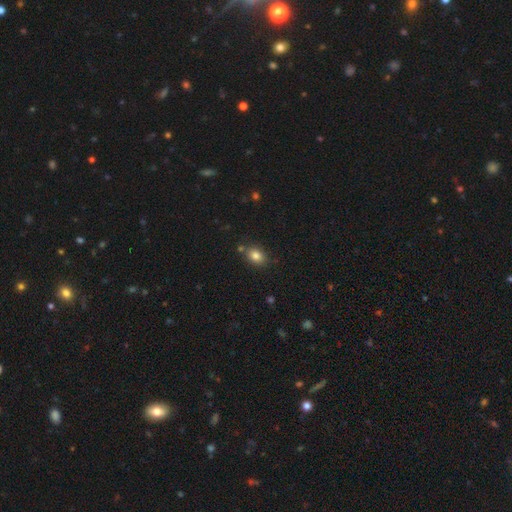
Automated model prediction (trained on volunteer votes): Smooth or featured?
  - smooth: 82% *
  - star or artifact: 11%
  - featured or disk: 7%
How rounded?
  - in between: 63% *
  - round: 35%
  - cigar-shaped: 1%
Merging?
  - none: 78% *
  - minor disturbance: 12%
  - merger: 7%
  - major disturbance: 3%